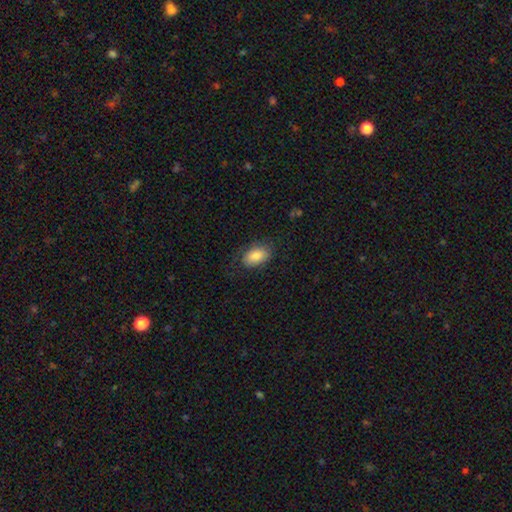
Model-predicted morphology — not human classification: smooth_or_featured: smooth (p=0.81) [alt: featured or disk p=0.13]
how_rounded: in between (p=0.91) [alt: round p=0.07]
merging: none (p=0.71) [alt: minor disturbance p=0.19]